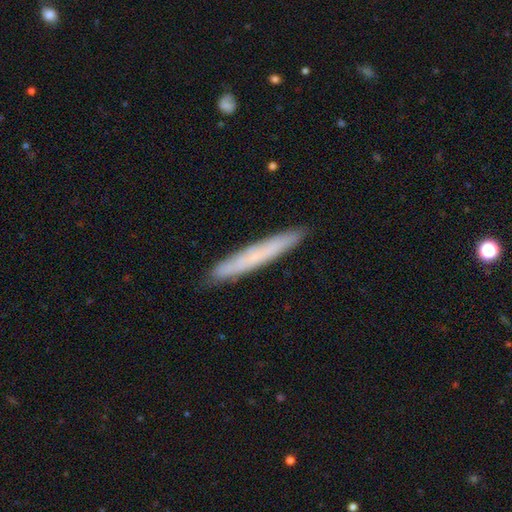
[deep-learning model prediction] smooth_or_featured: smooth (p=0.57) [alt: featured or disk p=0.36]
how_rounded: cigar-shaped (p=0.96) [alt: in between p=0.03]
merging: none (p=0.89) [alt: minor disturbance p=0.08]